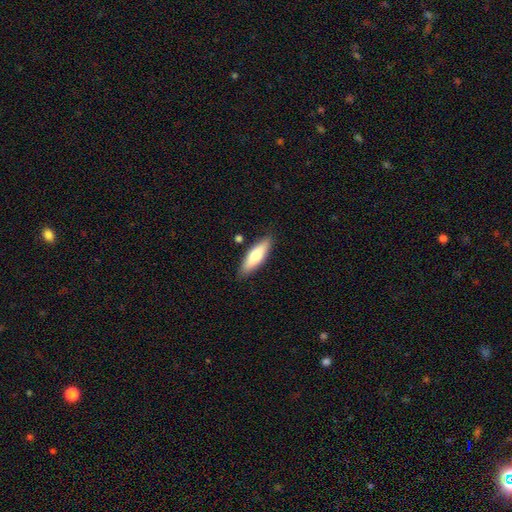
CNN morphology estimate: This appears to be a smooth galaxy with no disk features (67%) that is cigar-shaped (52%). Merging: none (86%).